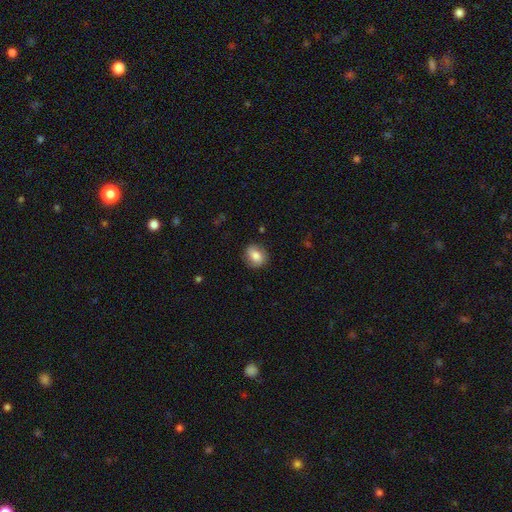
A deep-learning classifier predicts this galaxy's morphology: Smooth or featured? smooth (77%)
How rounded? round (64%)
Merging? none (83%)